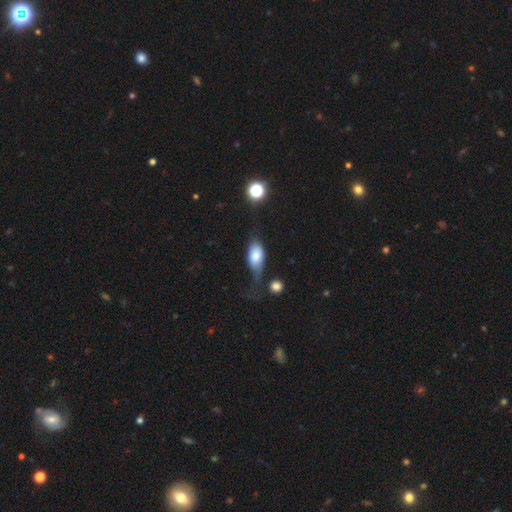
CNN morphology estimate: A smooth galaxy with no disk features (72%) that is in between round and cigar-shaped (87%).

Vote fractions:
- Smooth or featured? smooth: 72% / featured or disk: 21% / star or artifact: 8%
- How rounded? in between: 87% / round: 7% / cigar-shaped: 7%
- Merging? none: 33% / minor disturbance: 32% / major disturbance: 27% / merger: 7%